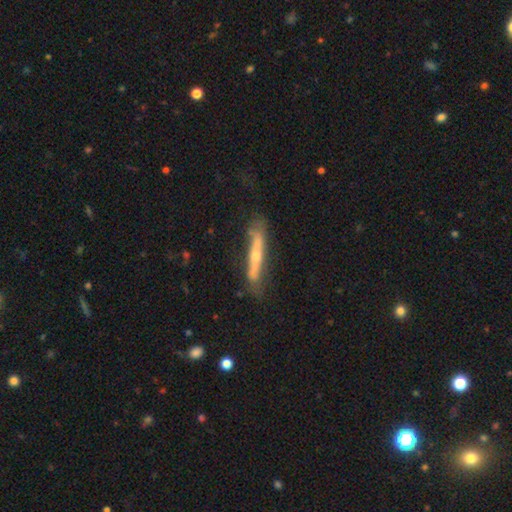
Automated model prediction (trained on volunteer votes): Smooth or featured?
  - featured or disk: 61% *
  - smooth: 32%
  - star or artifact: 6%
Edge-on disk?
  - yes: 86% *
  - no: 14%
Edge-on bulge?
  - rounded: 76% *
  - none: 20%
  - boxy: 5%
Merging?
  - none: 70% *
  - minor disturbance: 21%
  - major disturbance: 7%
  - merger: 2%